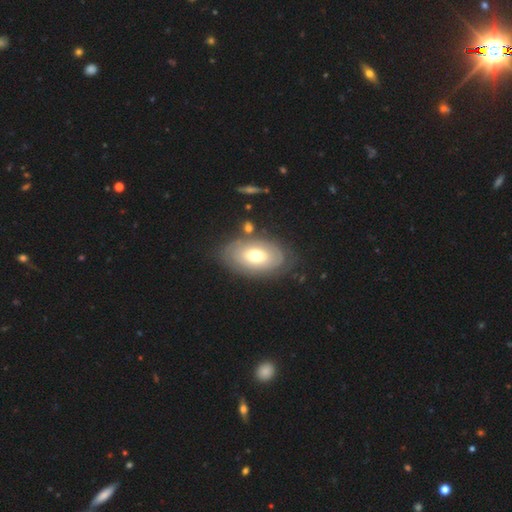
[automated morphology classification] This appears to be a featured or disk galaxy (54%). Merging: none (72%).